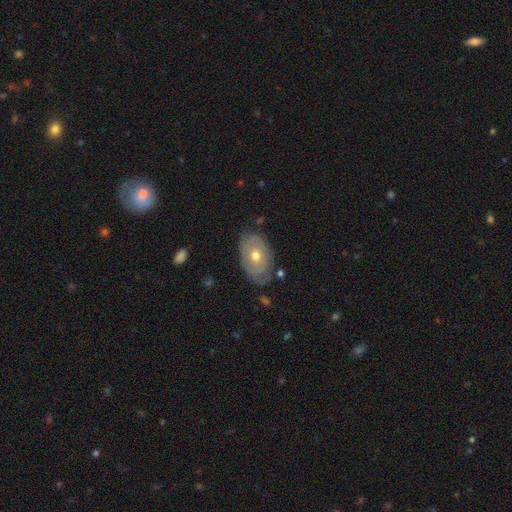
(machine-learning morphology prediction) Smooth or featured? Predicted: featured or disk (p=0.50). Merging? Predicted: none (p=0.67).